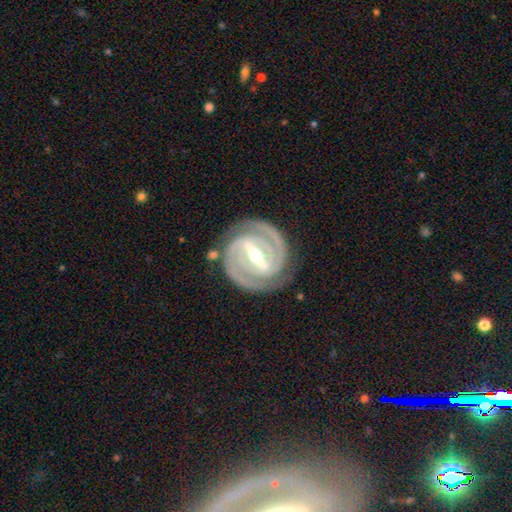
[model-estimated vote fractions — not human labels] Q: Smooth or featured?
A: featured or disk (93%); runner-up: star or artifact (4%)
Q: Edge-on disk?
A: no (97%); runner-up: yes (3%)
Q: Bar?
A: strong (78%); runner-up: weak (18%)
Q: Spiral arms?
A: yes (98%); runner-up: no (2%)
Q: Spiral winding?
A: tight (77%); runner-up: medium (21%)
Q: Spiral arm count?
A: 2 (89%); runner-up: 3 (4%)
Q: Bulge size?
A: moderate (59%); runner-up: small (36%)
Q: Merging?
A: none (85%); runner-up: minor disturbance (11%)